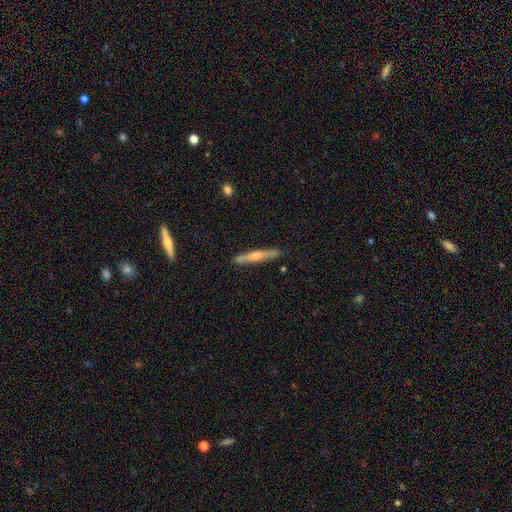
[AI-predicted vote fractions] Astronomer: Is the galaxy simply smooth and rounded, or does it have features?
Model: featured or disk — 61%.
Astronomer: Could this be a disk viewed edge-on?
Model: yes — 96%.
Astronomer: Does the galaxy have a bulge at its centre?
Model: rounded — 82%.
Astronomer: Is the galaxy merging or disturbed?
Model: none — 87%.